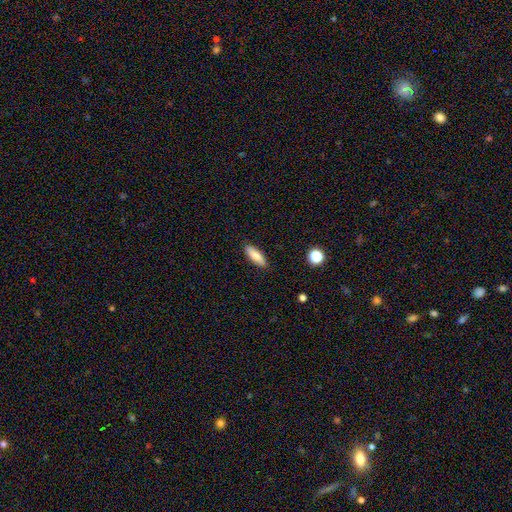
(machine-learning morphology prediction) Q: Smooth or featured?
A: smooth (78%); runner-up: featured or disk (15%)
Q: How rounded?
A: in between (55%); runner-up: cigar-shaped (43%)
Q: Merging?
A: none (88%); runner-up: minor disturbance (9%)